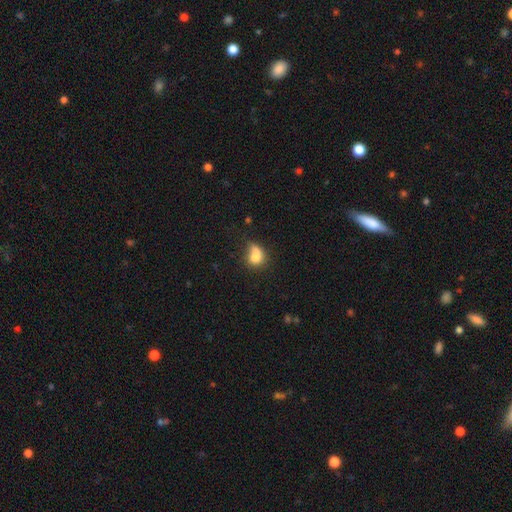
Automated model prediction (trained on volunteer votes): A smooth galaxy with no disk features (73%) that is round (50%). Merging: none (31%).